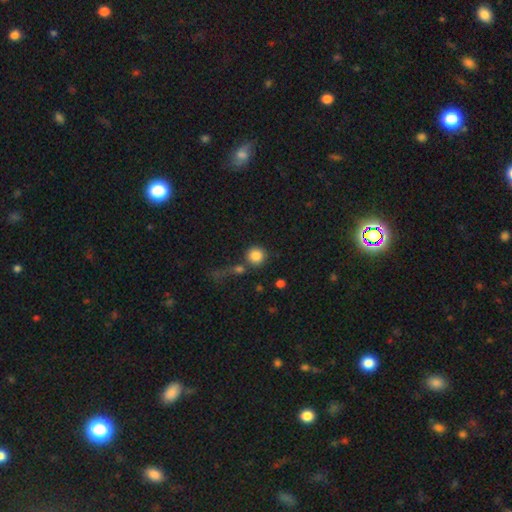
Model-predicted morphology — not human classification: A smooth galaxy with no disk features (84%) that is round (93%).

Vote fractions:
- Smooth or featured? smooth: 84% / star or artifact: 10% / featured or disk: 6%
- How rounded? round: 93% / in between: 6% / cigar-shaped: 1%
- Merging? none: 70% / merger: 16% / minor disturbance: 9% / major disturbance: 5%